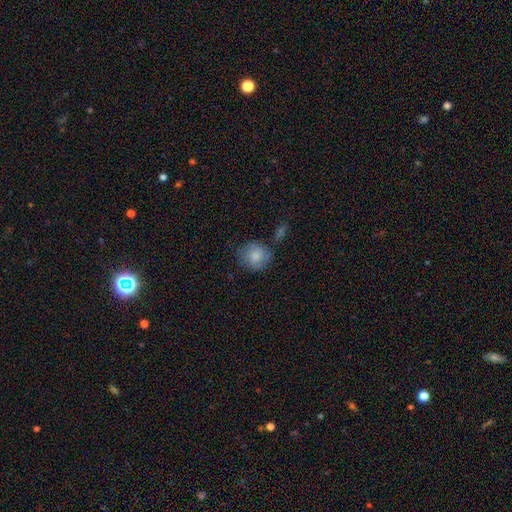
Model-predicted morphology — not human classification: A smooth galaxy with no disk features (81%) that is round (82%). Merging: none (65%).